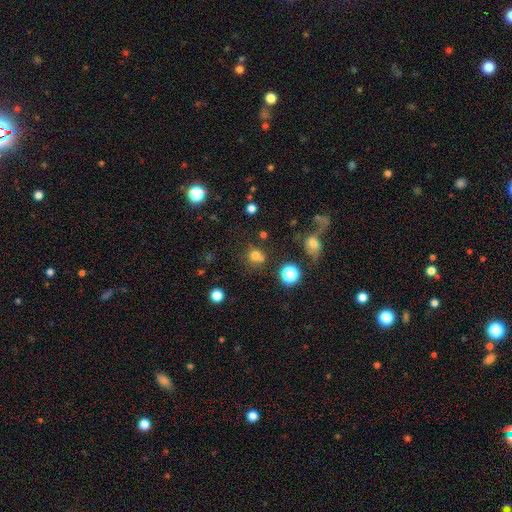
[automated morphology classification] smooth 71%, star or artifact 21%, featured or disk 9%. Down the decision tree: how rounded — round (85%); merging — none (57%).